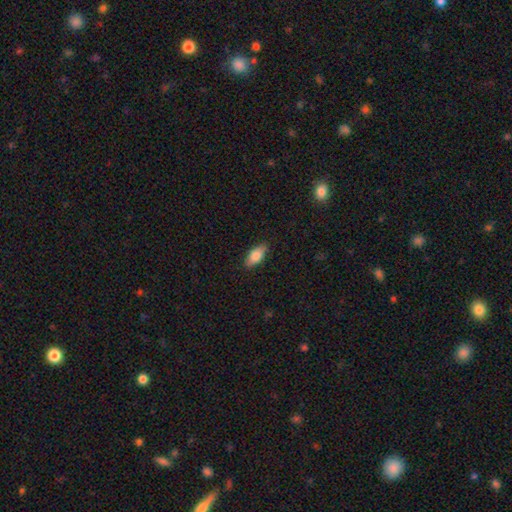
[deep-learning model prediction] A smooth galaxy with no disk features (81%) that is in between round and cigar-shaped (85%).

Vote fractions:
- Smooth or featured? smooth: 81% / featured or disk: 13% / star or artifact: 6%
- How rounded? in between: 85% / cigar-shaped: 12% / round: 2%
- Merging? none: 87% / minor disturbance: 10% / major disturbance: 2% / merger: 1%